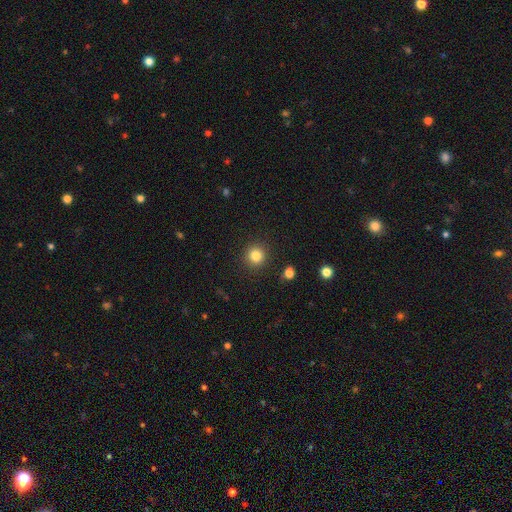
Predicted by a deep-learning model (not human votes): Overall: smooth (83%). How rounded: round (92%). Merging: none (91%).